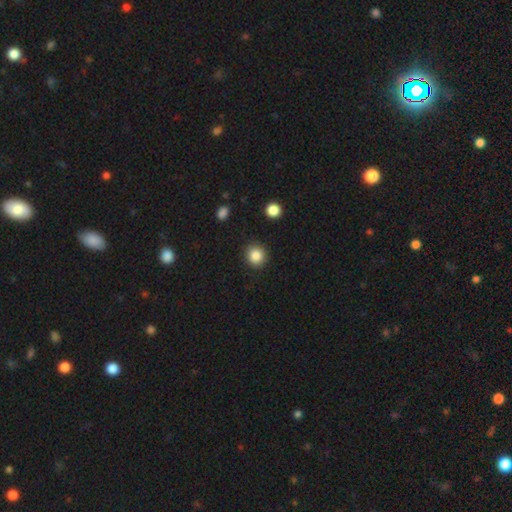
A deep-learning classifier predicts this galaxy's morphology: smooth 86%, star or artifact 10%, featured or disk 4%. Down the decision tree: how rounded — round (89%); merging — none (89%).